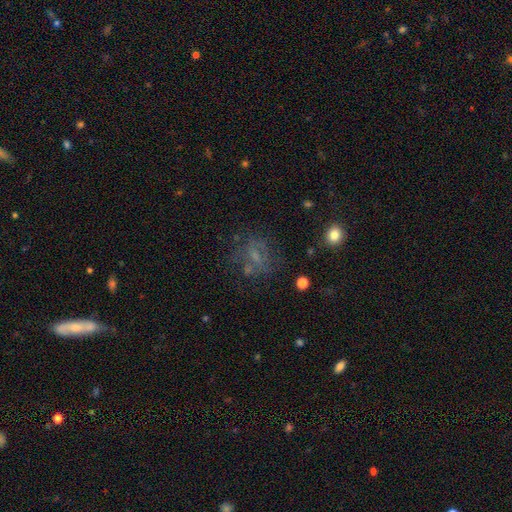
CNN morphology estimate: Smooth or featured? Predicted: featured or disk (p=0.40). Merging? Predicted: none (p=0.58).